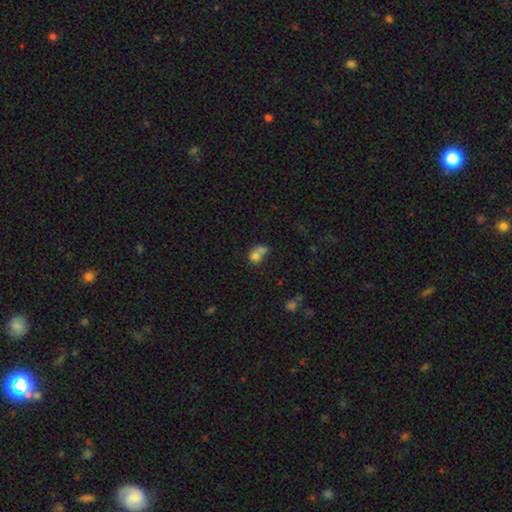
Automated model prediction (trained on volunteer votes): smooth_or_featured: smooth (p=0.73) [alt: featured or disk p=0.16]
how_rounded: round (p=0.55) [alt: in between p=0.43]
merging: merger (p=0.56) [alt: none p=0.22]